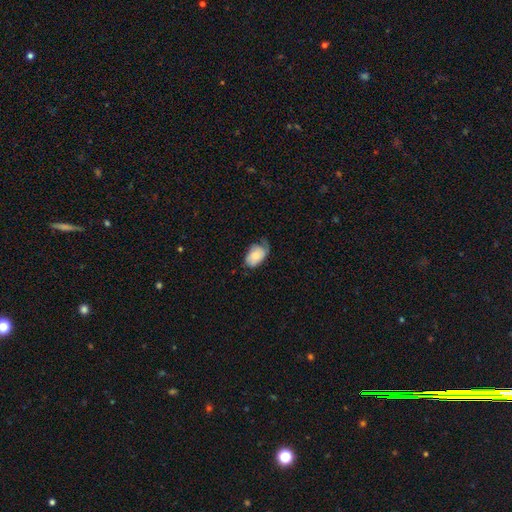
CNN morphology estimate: smooth_or_featured: smooth (p=0.58) [alt: featured or disk p=0.35]
how_rounded: in between (p=0.89) [alt: round p=0.09]
merging: none (p=0.41) [alt: minor disturbance p=0.37]